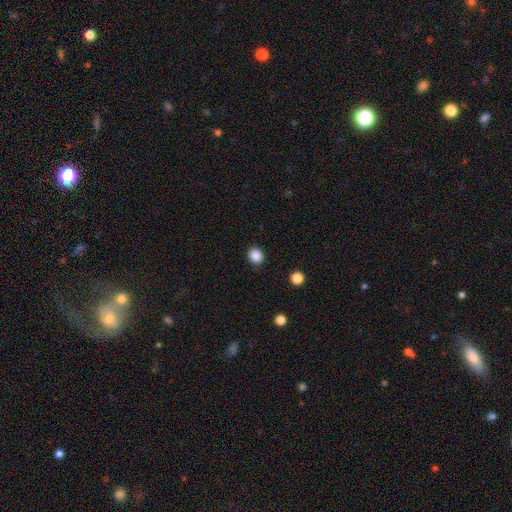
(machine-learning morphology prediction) Smooth or featured? smooth (87%)
How rounded? round (77%)
Merging? none (90%)